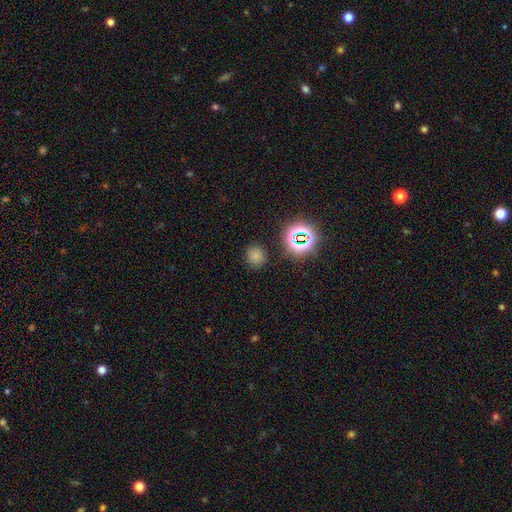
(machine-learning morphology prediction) This is likely a smooth galaxy (70%). How rounded: clearly round (87%). Merging: clearly none (85%).